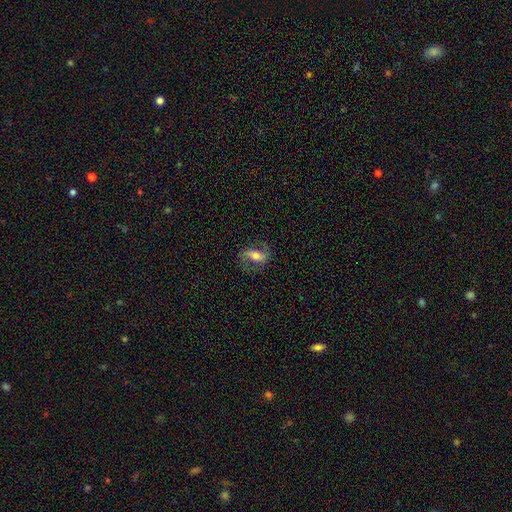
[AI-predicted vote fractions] featured or disk 61%, smooth 31%, star or artifact 8%. Down the decision tree: edge-on disk — no (88%); bar — strong (47%); spiral arms — yes (80%); bulge size — moderate (61%); merging — none (72%).